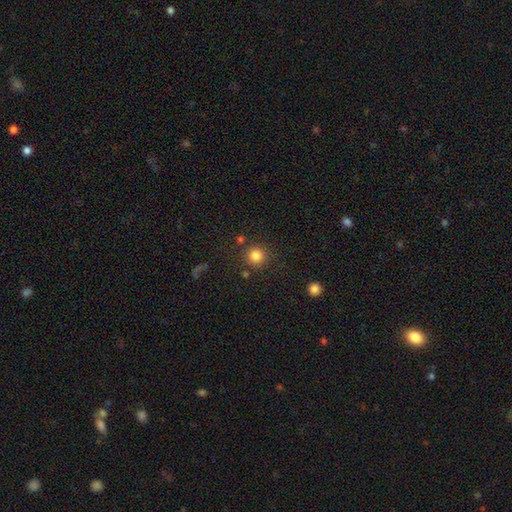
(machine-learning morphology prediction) A smooth galaxy with no disk features (84%) that is round (93%).

Vote fractions:
- Smooth or featured? smooth: 84% / star or artifact: 12% / featured or disk: 5%
- How rounded? round: 93% / in between: 6% / cigar-shaped: 1%
- Merging? none: 84% / minor disturbance: 8% / merger: 5% / major disturbance: 4%